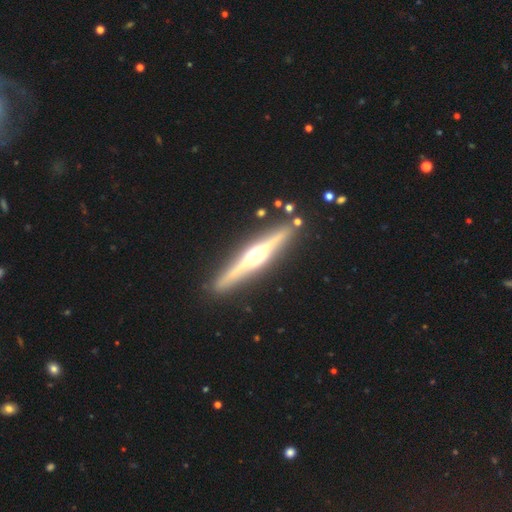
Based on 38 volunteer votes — Smooth or featured? 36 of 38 (95%) said featured or disk. Edge-on disk? 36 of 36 (100%) said yes. Edge-on bulge? 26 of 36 (72%) said rounded. Merging? 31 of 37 (84%) said none.